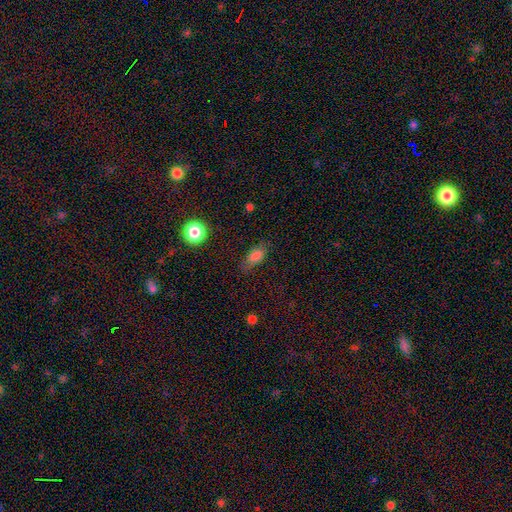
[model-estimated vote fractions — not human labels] A smooth galaxy with no disk features (79%) that is in between round and cigar-shaped (83%). Merging: none (71%).